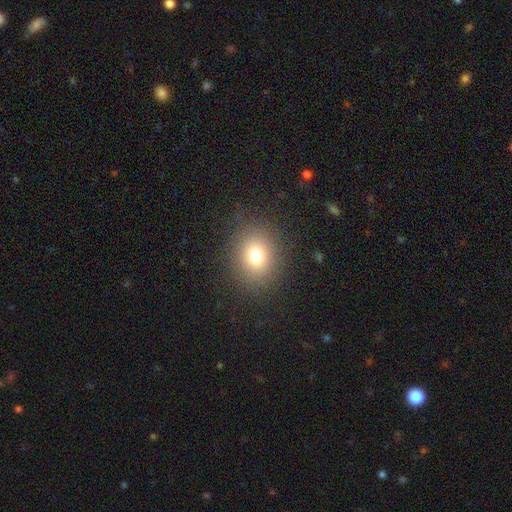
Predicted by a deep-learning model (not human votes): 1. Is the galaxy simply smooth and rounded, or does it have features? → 75% smooth, 15% star or artifact, 10% featured or disk.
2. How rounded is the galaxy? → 67% round, 32% in between, 1% cigar-shaped.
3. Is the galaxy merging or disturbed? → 87% none, 8% minor disturbance, 4% major disturbance, 1% merger.